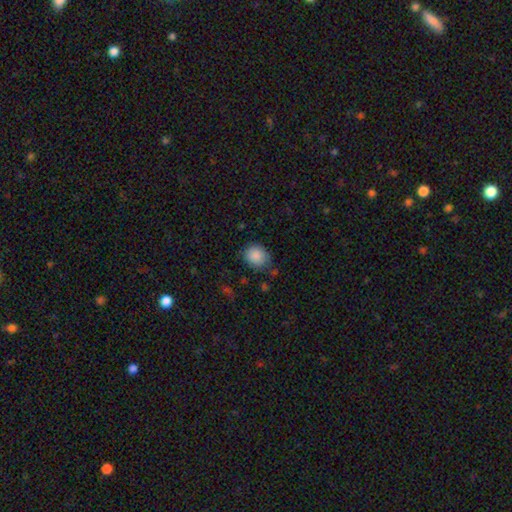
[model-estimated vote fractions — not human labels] Smooth or featured: smooth — 87% (star or artifact — 8%)
How rounded: round — 73% (in between — 27%)
Merging: none — 74% (minor disturbance — 19%)